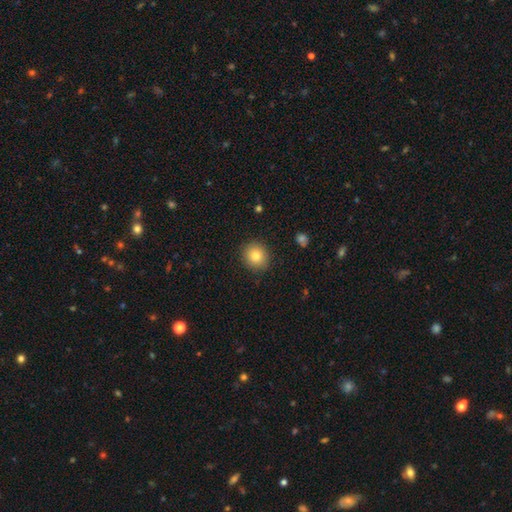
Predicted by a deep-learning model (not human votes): smooth-or-featured: smooth: 82% | star or artifact: 10% | featured or disk: 8%
  how-rounded: round: 85% | in between: 14% | cigar-shaped: 1%
  merging: none: 89% | minor disturbance: 8% | major disturbance: 2% | merger: 1%